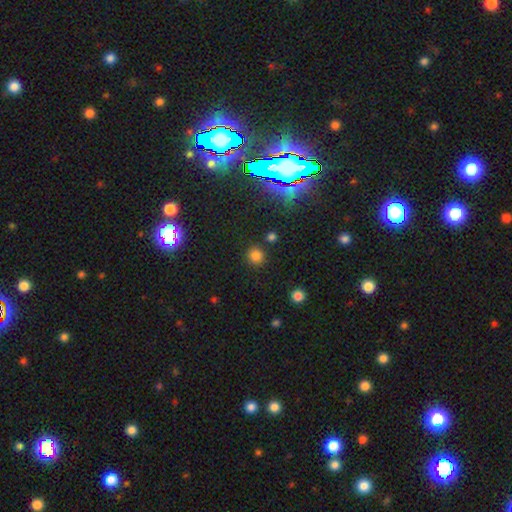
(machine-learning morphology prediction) This is likely a smooth galaxy (76%). How rounded: clearly round (91%). Merging: clearly none (85%).